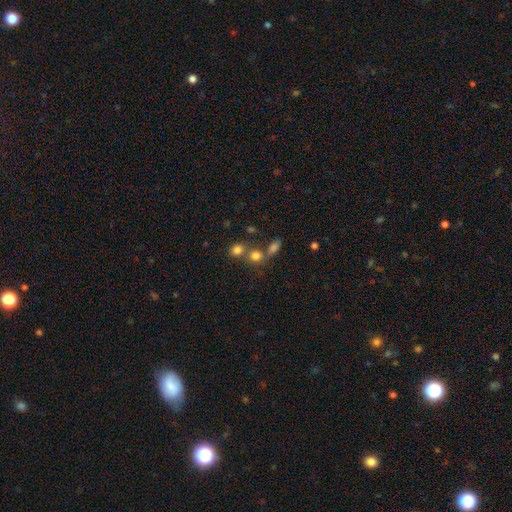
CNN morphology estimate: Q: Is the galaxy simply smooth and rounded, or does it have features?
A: smooth — 76%.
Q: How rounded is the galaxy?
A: round — 77%.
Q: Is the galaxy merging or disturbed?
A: none — 50%.